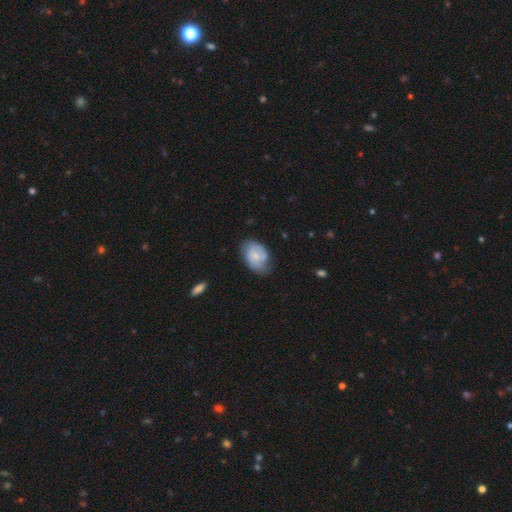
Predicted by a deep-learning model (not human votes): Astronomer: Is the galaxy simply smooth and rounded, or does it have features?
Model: smooth — 48% (runner-up: featured or disk, 45%).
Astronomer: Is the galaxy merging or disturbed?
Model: none — 55% (runner-up: minor disturbance, 31%).